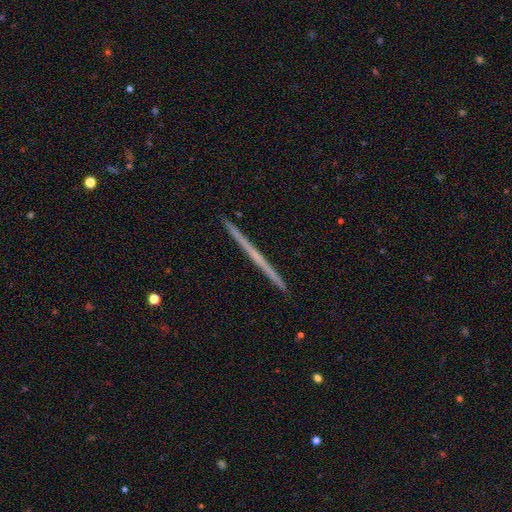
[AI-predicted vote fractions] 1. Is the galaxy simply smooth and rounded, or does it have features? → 65% featured or disk, 29% smooth, 6% star or artifact.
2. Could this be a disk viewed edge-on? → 98% yes, 2% no.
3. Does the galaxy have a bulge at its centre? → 86% none, 10% rounded, 3% boxy.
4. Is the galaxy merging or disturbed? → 93% none, 5% minor disturbance, 1% merger, 1% major disturbance.